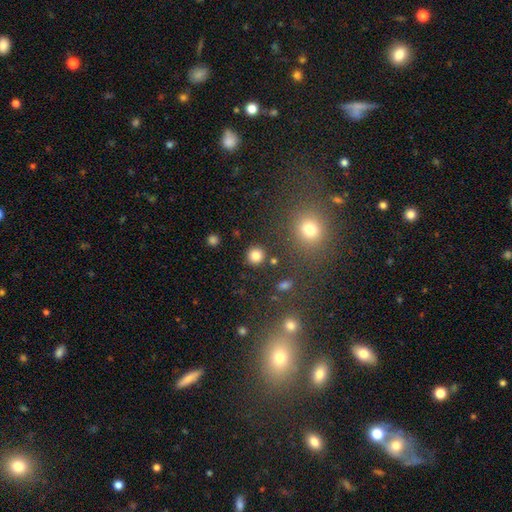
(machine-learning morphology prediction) A smooth galaxy with no disk features (82%) that is round (93%).

Vote fractions:
- Smooth or featured? smooth: 82% / star or artifact: 13% / featured or disk: 5%
- How rounded? round: 93% / in between: 6% / cigar-shaped: 1%
- Merging? none: 89% / minor disturbance: 6% / merger: 3% / major disturbance: 3%